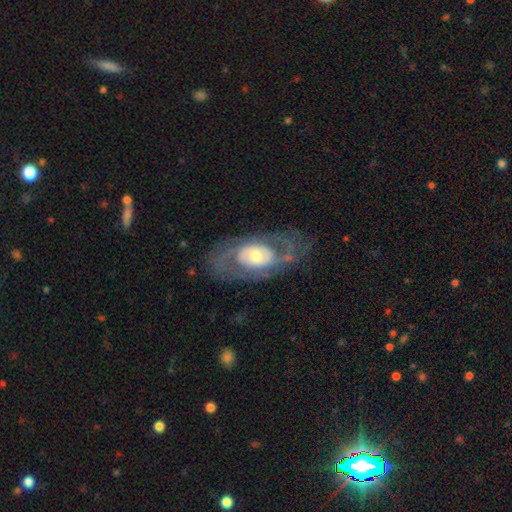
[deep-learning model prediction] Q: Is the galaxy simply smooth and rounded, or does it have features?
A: featured or disk — 79%.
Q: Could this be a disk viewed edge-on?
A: no — 93%.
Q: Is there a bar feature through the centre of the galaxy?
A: no — 71%.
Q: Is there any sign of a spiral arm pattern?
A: yes — 74%.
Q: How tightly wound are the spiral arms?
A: tight — 48%.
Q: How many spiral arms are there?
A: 2 — 52%.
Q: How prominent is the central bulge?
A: moderate — 54%.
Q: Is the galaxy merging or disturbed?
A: none — 67%.